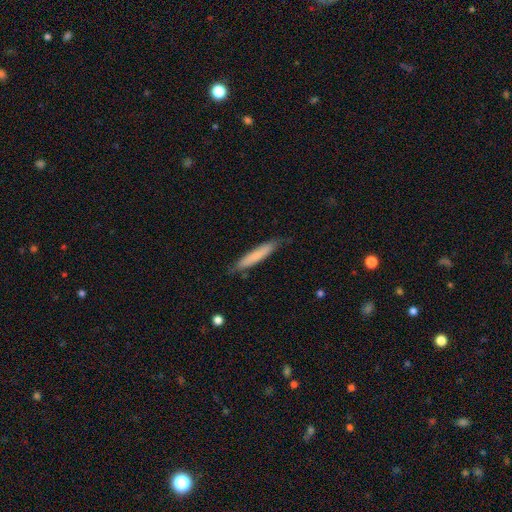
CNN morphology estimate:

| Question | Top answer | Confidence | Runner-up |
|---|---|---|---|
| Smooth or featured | smooth | 72% | featured or disk (22%) |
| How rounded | cigar-shaped | 92% | in between (7%) |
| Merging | none | 80% | minor disturbance (16%) |